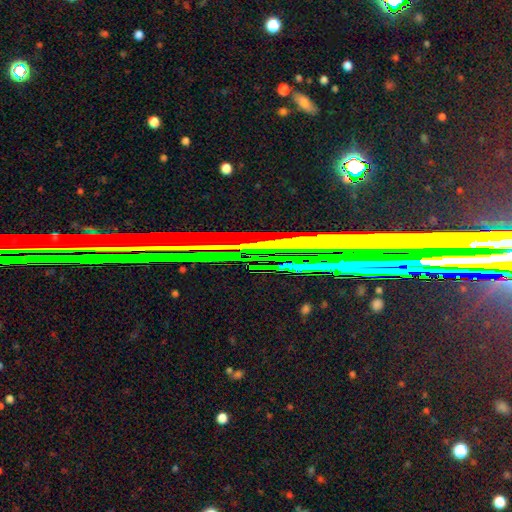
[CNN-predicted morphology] This is likely a star or artifact rather than a galaxy (76%).